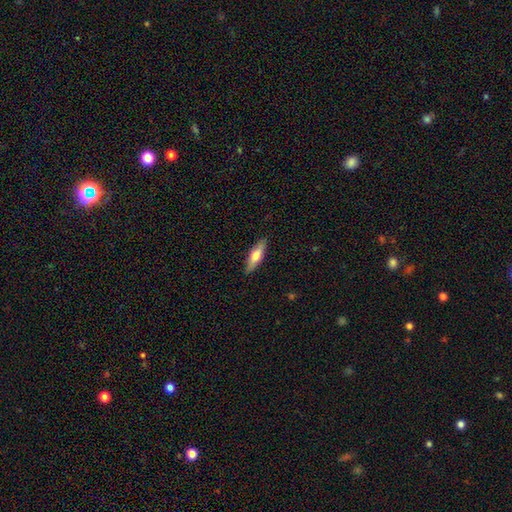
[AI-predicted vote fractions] Smooth or featured: smooth — 59% (featured or disk — 36%)
How rounded: cigar-shaped — 55% (in between — 43%)
Merging: none — 88% (minor disturbance — 10%)